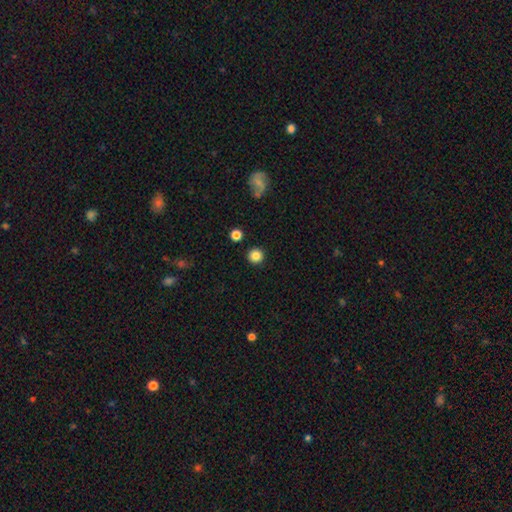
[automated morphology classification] smooth-or-featured: smooth: 85% | star or artifact: 11% | featured or disk: 4%
  how-rounded: round: 95% | in between: 4% | cigar-shaped: 1%
  merging: none: 92% | minor disturbance: 5% | major disturbance: 2% | merger: 2%